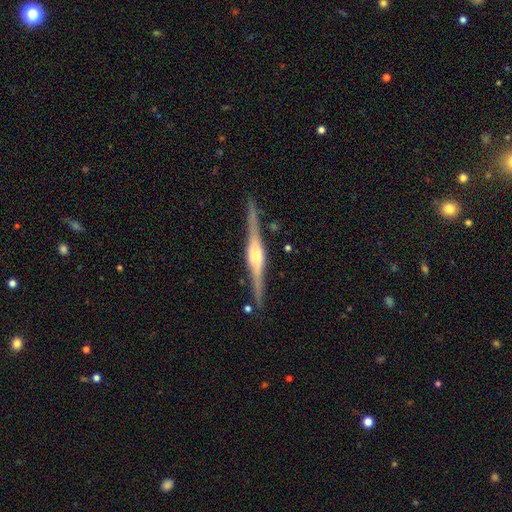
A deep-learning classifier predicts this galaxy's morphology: Overall: featured or disk (85%). Edge-on disk: yes (98%). Edge-on bulge: rounded (75%). Merging: none (86%).